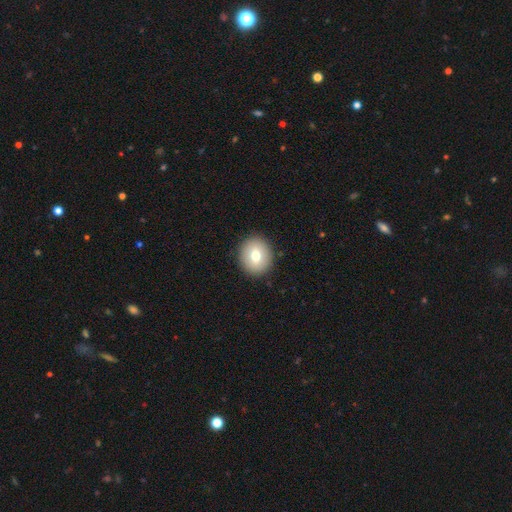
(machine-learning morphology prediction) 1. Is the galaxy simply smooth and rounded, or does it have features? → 74% smooth, 18% featured or disk, 9% star or artifact.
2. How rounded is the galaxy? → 78% round, 21% in between, 1% cigar-shaped.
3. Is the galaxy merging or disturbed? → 91% none, 6% minor disturbance, 2% major disturbance, 1% merger.